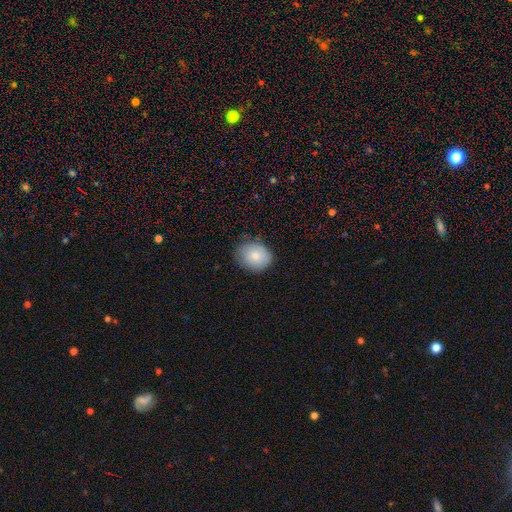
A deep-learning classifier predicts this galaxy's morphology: Overall: smooth (81%). How rounded: round (57%; in between 42%). Merging: none (78%).